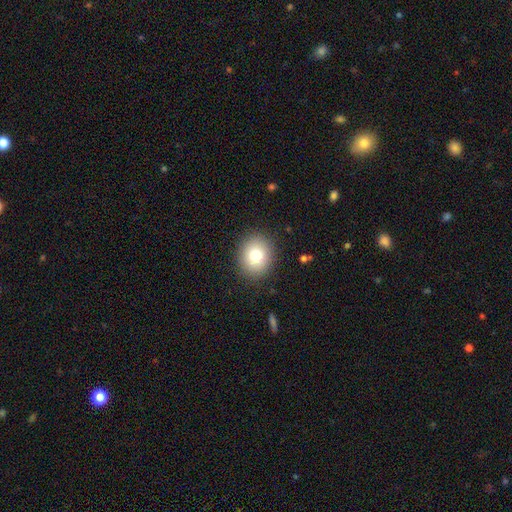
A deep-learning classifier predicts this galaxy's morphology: Smooth or featured? Predicted: smooth (p=0.77). How rounded? Predicted: round (p=0.72). Merging? Predicted: none (p=0.89).